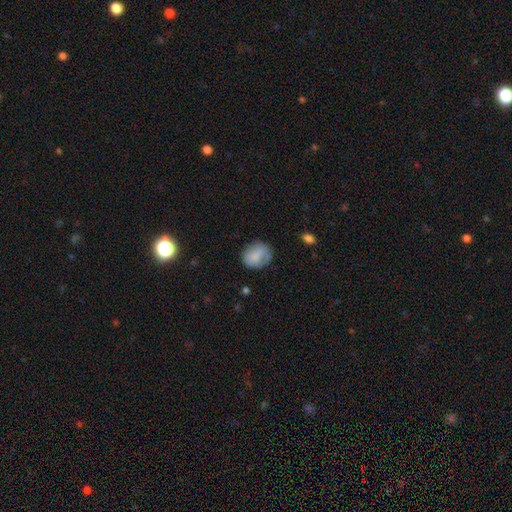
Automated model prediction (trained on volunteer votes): Smooth or featured? Predicted: smooth (p=0.76). How rounded? Predicted: round (p=0.57). Merging? Predicted: none (p=0.61).